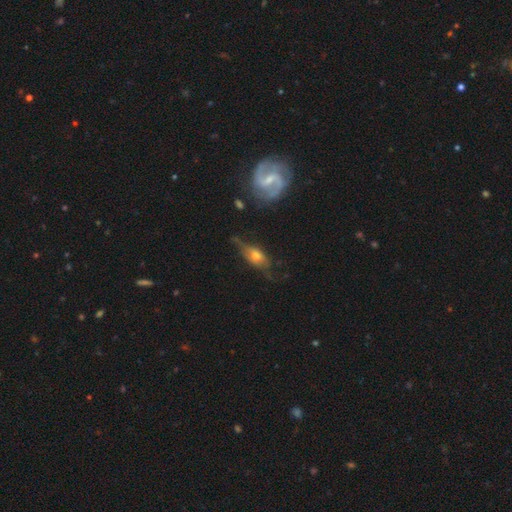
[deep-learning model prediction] This is possibly a featured or disk galaxy (50%). Merging: possibly none (46%).